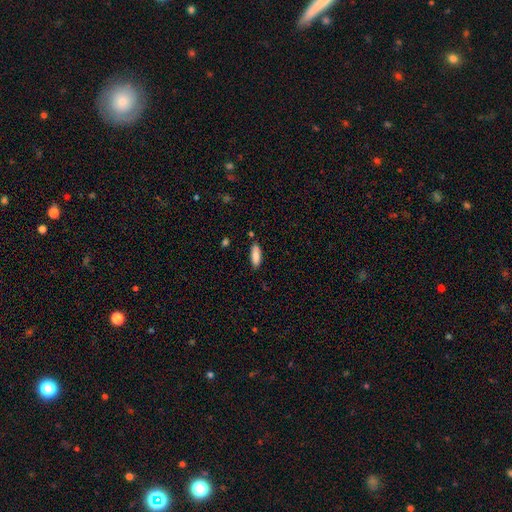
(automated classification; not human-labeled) A smooth galaxy with no disk features (86%) that is in between round and cigar-shaped (64%). Merging: none (79%).